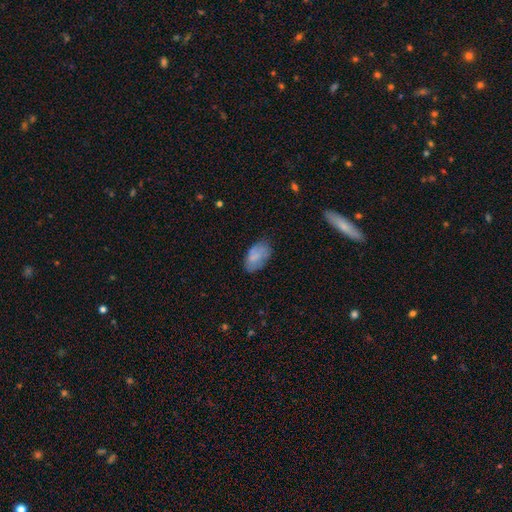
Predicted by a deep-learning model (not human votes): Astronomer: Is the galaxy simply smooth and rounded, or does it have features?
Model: smooth — 73%.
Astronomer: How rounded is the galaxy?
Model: in between — 94%.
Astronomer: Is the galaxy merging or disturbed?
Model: none — 67%.